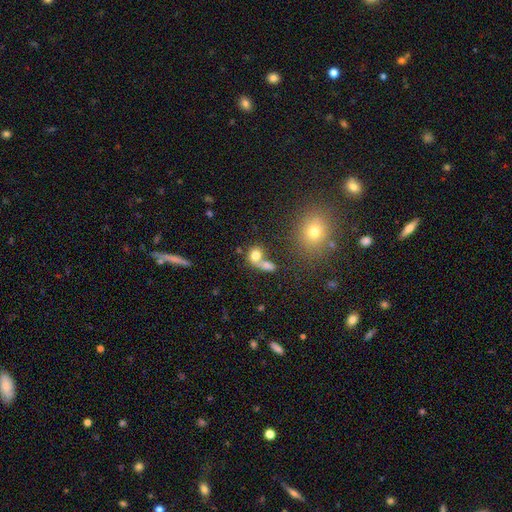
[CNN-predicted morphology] smooth-or-featured: smooth: 76% | featured or disk: 12% | star or artifact: 12%
  how-rounded: round: 57% | in between: 40% | cigar-shaped: 2%
  merging: merger: 51% | none: 34% | minor disturbance: 9% | major disturbance: 6%